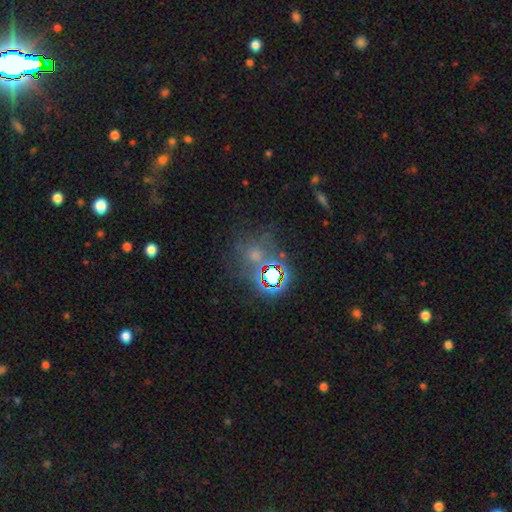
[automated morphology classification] Smooth or featured: star or artifact — 43% (smooth — 42%)